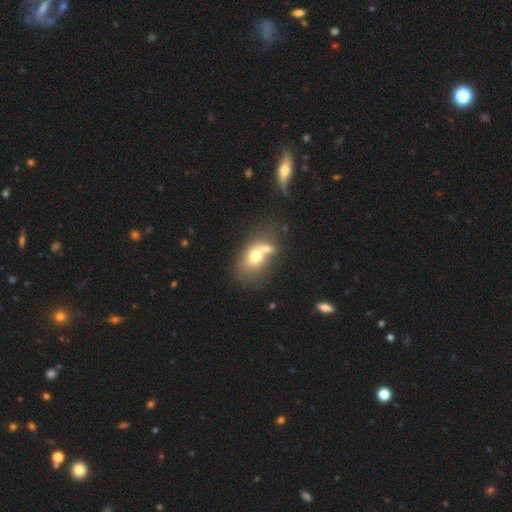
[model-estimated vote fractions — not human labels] Smooth or featured? Predicted: smooth (p=0.65). How rounded? Predicted: in between (p=0.68). Merging? Predicted: merger (p=0.55).